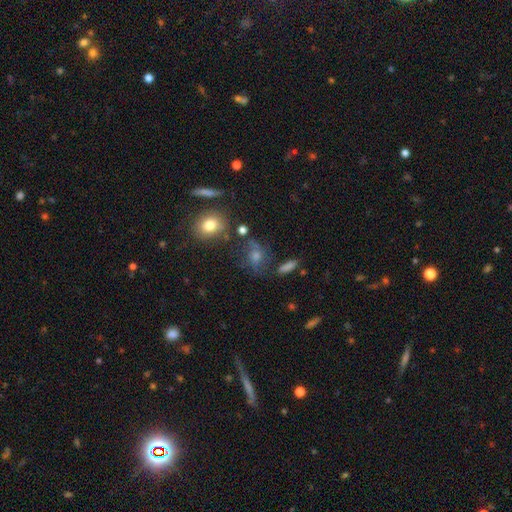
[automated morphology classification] Smooth or featured?
  - smooth: 40% *
  - featured or disk: 34%
  - star or artifact: 26%
Merging?
  - none: 62% *
  - minor disturbance: 19%
  - major disturbance: 12%
  - merger: 8%